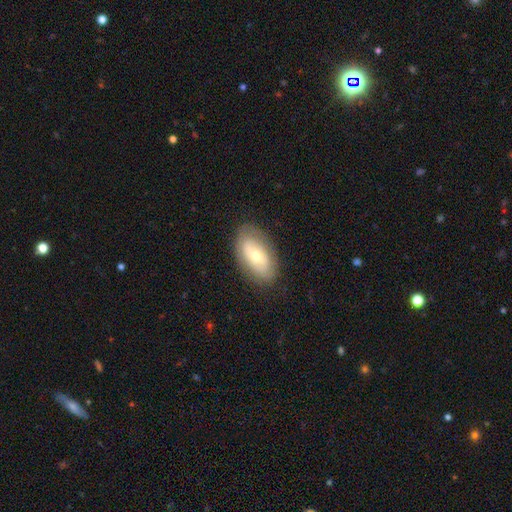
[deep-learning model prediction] Smooth or featured: smooth — 50% (featured or disk — 44%)
Merging: none — 81% (minor disturbance — 13%)